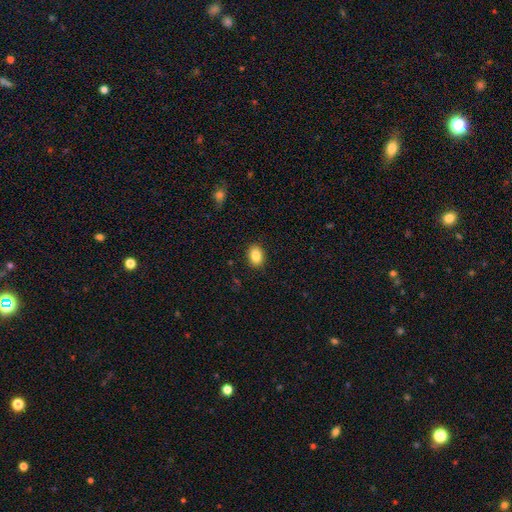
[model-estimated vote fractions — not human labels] Morphology: type=smooth (85%); roundness=in between (77%); merging=none (89%).